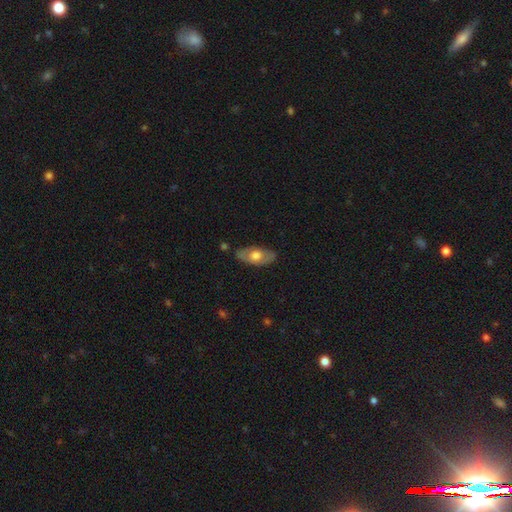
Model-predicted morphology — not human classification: This is possibly a smooth galaxy (54%). How rounded: clearly in between (88%). Merging: likely none (79%).